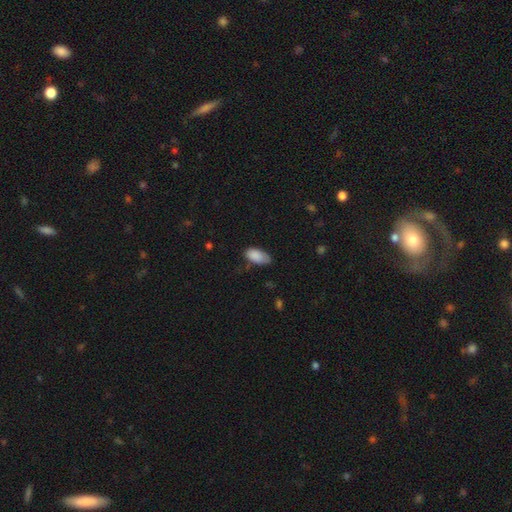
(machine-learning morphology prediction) Smooth or featured?
  - smooth: 88% *
  - star or artifact: 7%
  - featured or disk: 5%
How rounded?
  - in between: 94% *
  - cigar-shaped: 4%
  - round: 3%
Merging?
  - none: 65% *
  - minor disturbance: 28%
  - major disturbance: 5%
  - merger: 2%